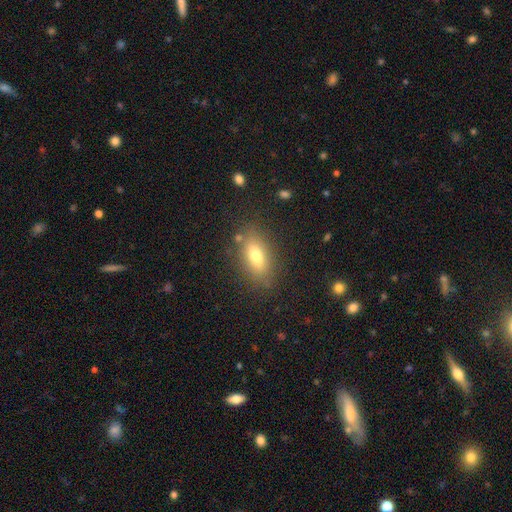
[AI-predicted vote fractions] A smooth galaxy with no disk features (72%) that is in between round and cigar-shaped (81%). Merging: none (82%).